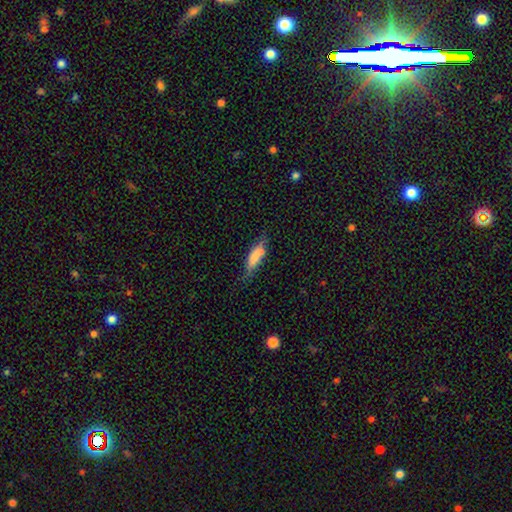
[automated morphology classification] Q: Smooth or featured?
A: smooth (69%); runner-up: featured or disk (22%)
Q: How rounded?
A: cigar-shaped (49%); tied with: in between (49%)
Q: Merging?
A: none (53%); runner-up: minor disturbance (26%)